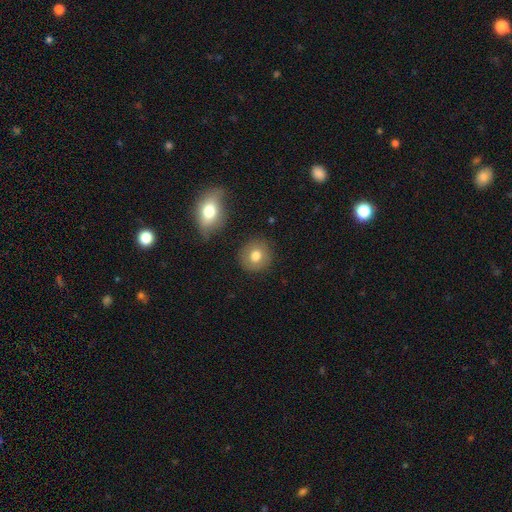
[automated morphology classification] smooth-or-featured: smooth: 77% | featured or disk: 14% | star or artifact: 10%
  how-rounded: round: 89% | in between: 10% | cigar-shaped: 1%
  merging: none: 86% | minor disturbance: 9% | major disturbance: 3% | merger: 3%